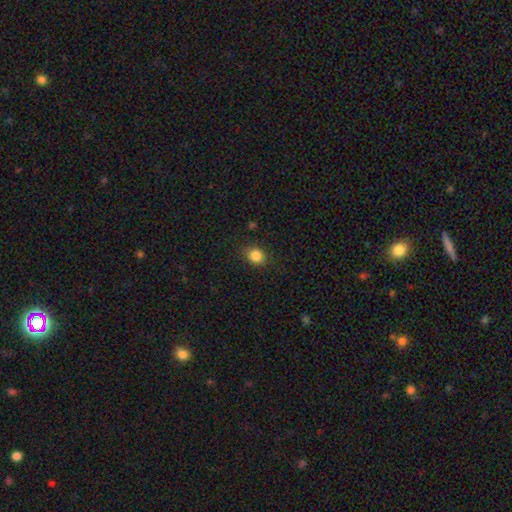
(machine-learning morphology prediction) Smooth or featured? smooth (85%)
How rounded? round (70%)
Merging? none (88%)